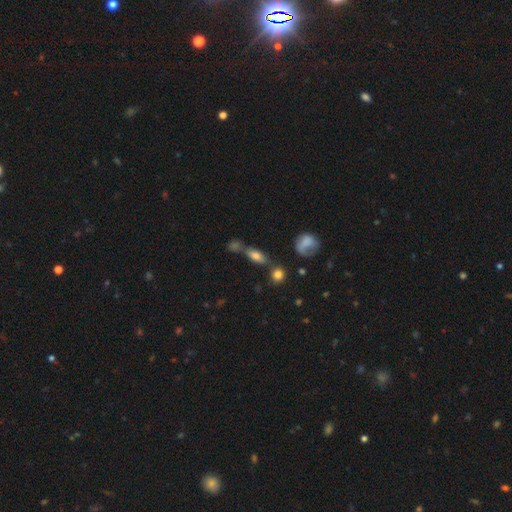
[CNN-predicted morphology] A smooth galaxy with no disk features (68%) that is in between round and cigar-shaped (63%). Merging: none (52%).